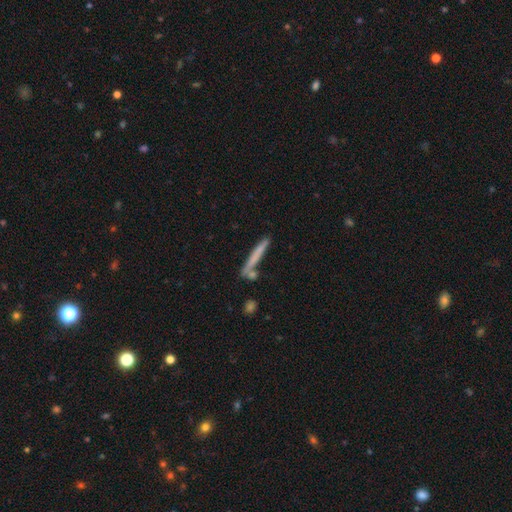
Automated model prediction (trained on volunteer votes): Smooth or featured? Predicted: smooth (p=0.62). How rounded? Predicted: cigar-shaped (p=0.95). Merging? Predicted: none (p=0.72).